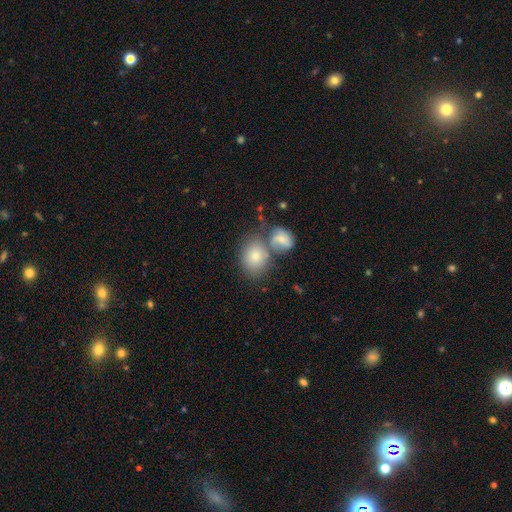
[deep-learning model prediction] Smooth or featured: smooth — 76% (featured or disk — 13%)
How rounded: in between — 50% (round — 48%)
Merging: merger — 43% (none — 41%)